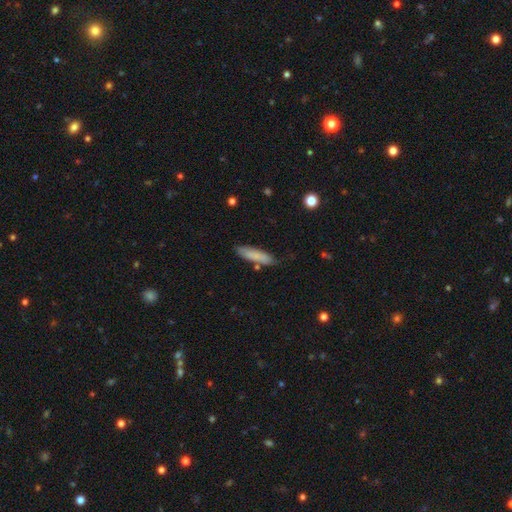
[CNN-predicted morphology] Smooth or featured? smooth (80%)
How rounded? cigar-shaped (73%)
Merging? none (79%)